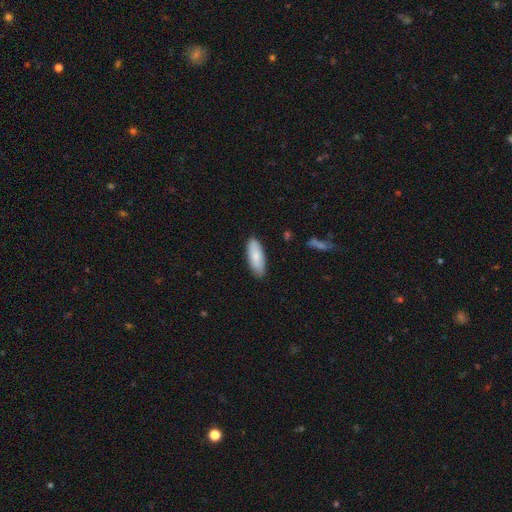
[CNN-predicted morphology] smooth 79%, featured or disk 15%, star or artifact 6%. Down the decision tree: how rounded — in between (76%); merging — none (84%).